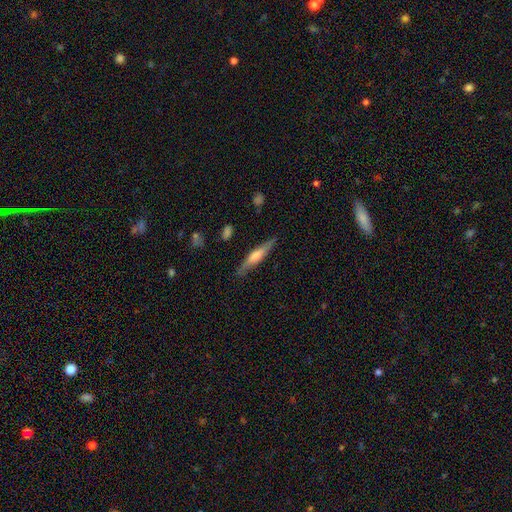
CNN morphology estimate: type=featured or disk (59%); edge-on=yes (96%); edge-on bulge=rounded (69%); merging=none (86%).